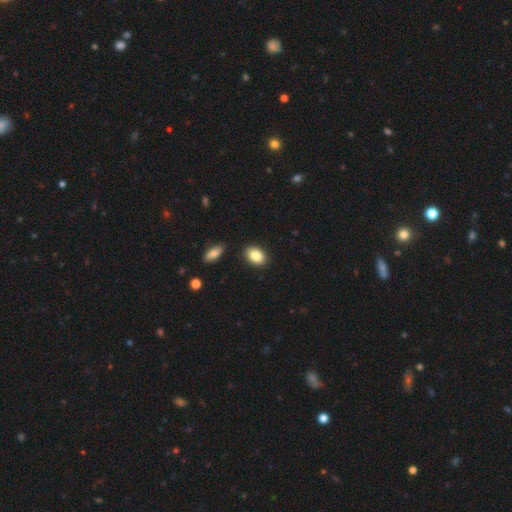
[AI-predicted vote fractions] Smooth or featured: smooth — 86% (star or artifact — 7%)
How rounded: in between — 84% (round — 15%)
Merging: none — 86% (minor disturbance — 9%)